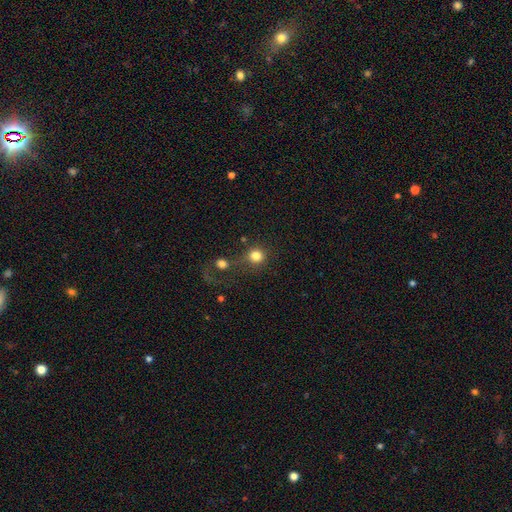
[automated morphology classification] Smooth or featured: smooth — 81% (star or artifact — 11%)
How rounded: round — 91% (in between — 8%)
Merging: none — 58% (merger — 23%)